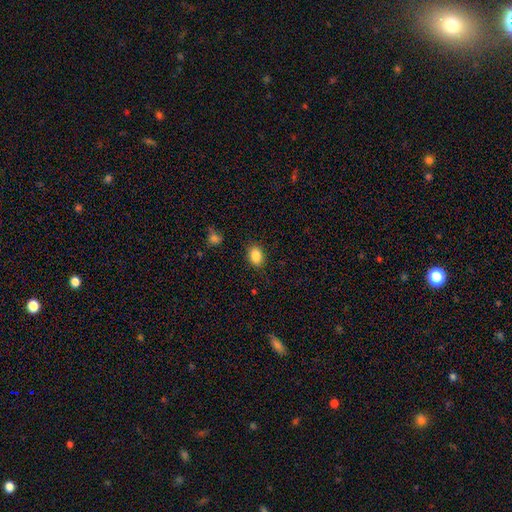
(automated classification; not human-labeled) A smooth galaxy with no disk features (86%) that is in between round and cigar-shaped (75%).

Vote fractions:
- Smooth or featured? smooth: 86% / star or artifact: 9% / featured or disk: 5%
- How rounded? in between: 75% / round: 24% / cigar-shaped: 1%
- Merging? none: 86% / minor disturbance: 10% / major disturbance: 3% / merger: 1%